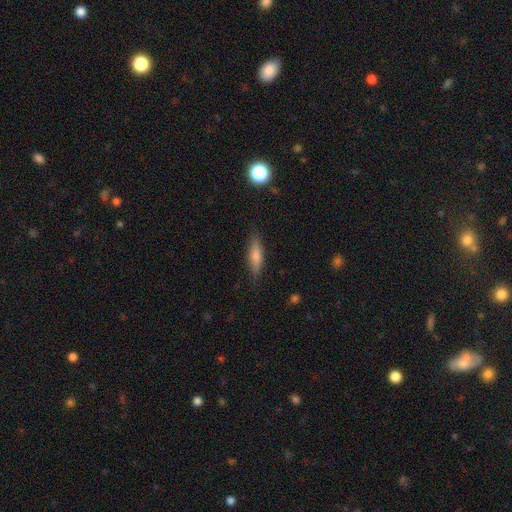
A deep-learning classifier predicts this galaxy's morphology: Smooth or featured: smooth — 56% (featured or disk — 36%)
How rounded: cigar-shaped — 75% (in between — 23%)
Merging: none — 86% (minor disturbance — 11%)